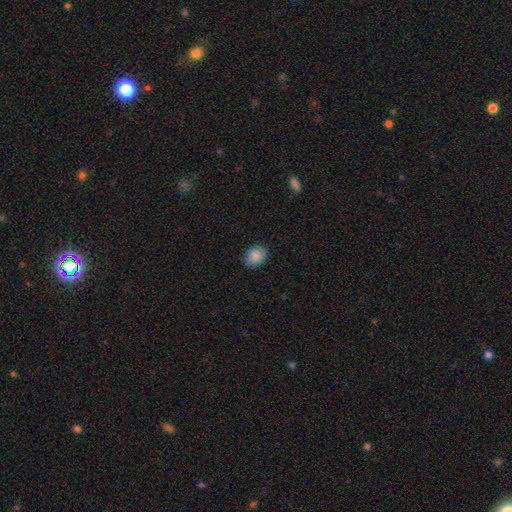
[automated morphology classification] Smooth or featured? Predicted: smooth (p=0.88). How rounded? Predicted: in between (p=0.65). Merging? Predicted: none (p=0.85).